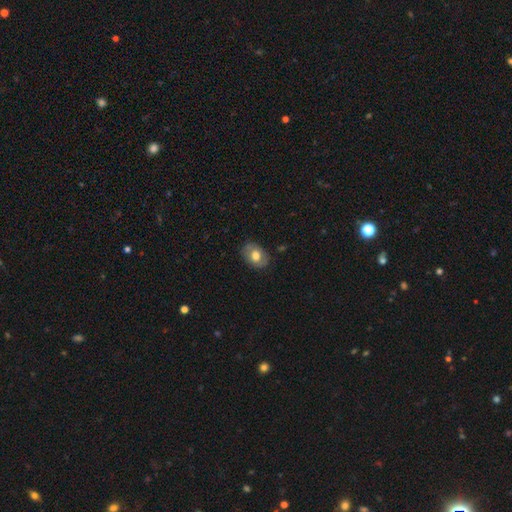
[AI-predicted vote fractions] Morphology: type=smooth (64%); roundness=in between (72%); merging=none (80%).